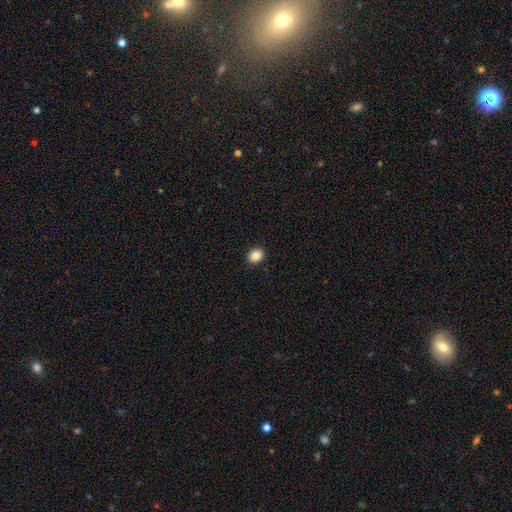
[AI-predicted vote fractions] This is clearly a smooth galaxy (86%). How rounded: possibly round (50%). Merging: clearly none (91%).